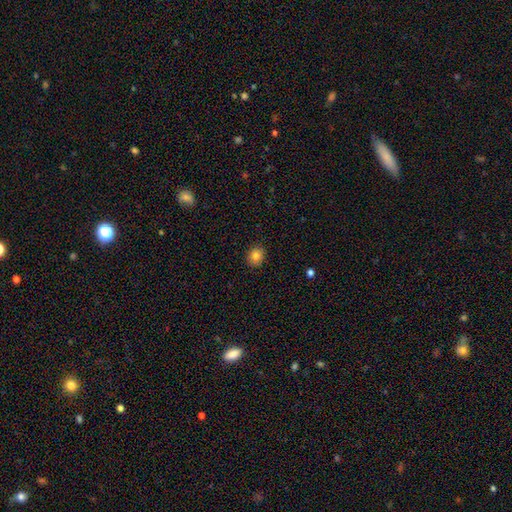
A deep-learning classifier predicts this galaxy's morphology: smooth 83%, star or artifact 11%, featured or disk 7%. Down the decision tree: how rounded — round (70%); merging — none (90%).